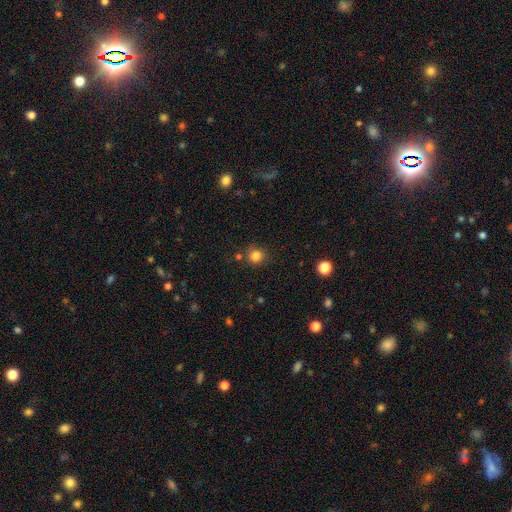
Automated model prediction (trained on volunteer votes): smooth_or_featured: smooth (p=0.82) [alt: star or artifact p=0.13]
how_rounded: round (p=0.87) [alt: in between p=0.12]
merging: none (p=0.80) [alt: minor disturbance p=0.11]